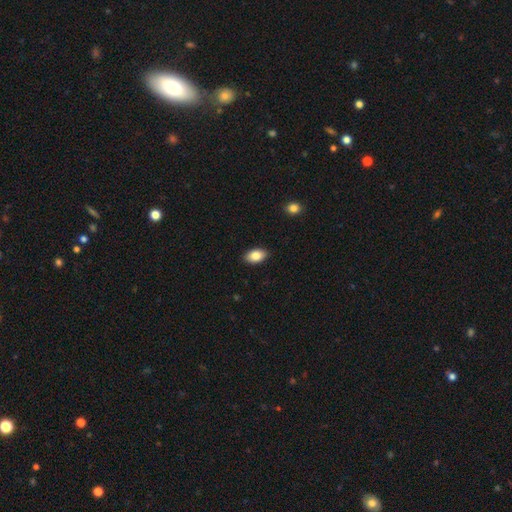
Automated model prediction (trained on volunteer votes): The model was most divided on "smooth or featured": smooth: 85%, featured or disk: 8%, star or artifact: 7%. More confident: how rounded — in between (92%); merging — none (89%).